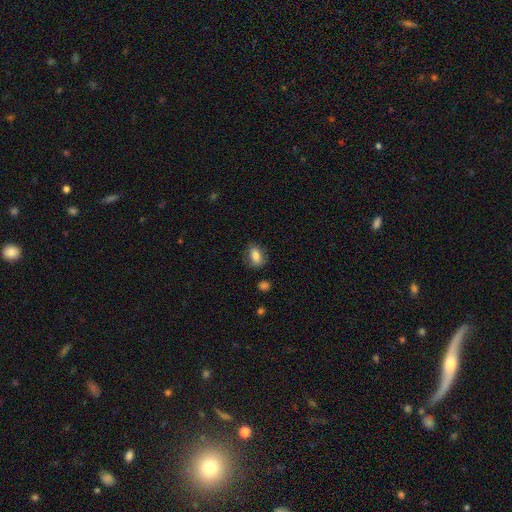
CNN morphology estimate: smooth 82%, featured or disk 10%, star or artifact 8%. Down the decision tree: how rounded — in between (84%); merging — none (76%).